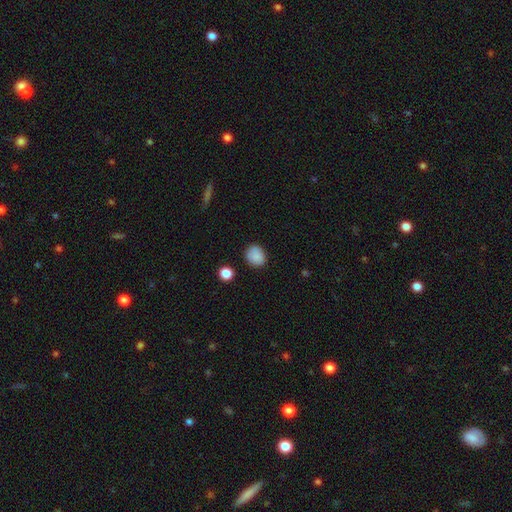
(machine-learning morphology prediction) Overall: smooth (87%). How rounded: round (66%; in between 33%). Merging: none (83%).